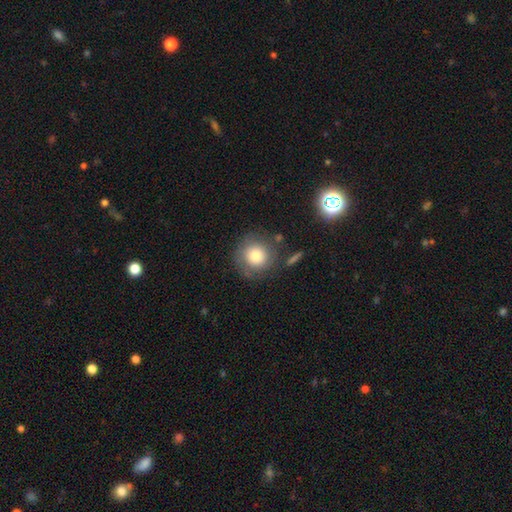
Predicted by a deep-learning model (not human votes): smooth_or_featured: smooth (p=0.78) [alt: featured or disk p=0.13]
how_rounded: round (p=0.93) [alt: in between p=0.06]
merging: none (p=0.76) [alt: minor disturbance p=0.13]